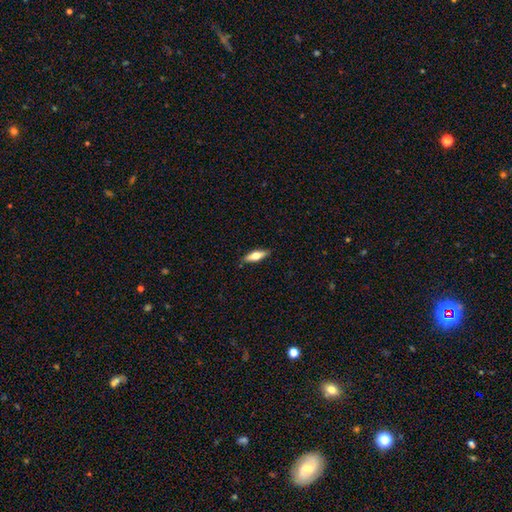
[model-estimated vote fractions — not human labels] This appears to be a smooth galaxy with no disk features (58%) that is in between round and cigar-shaped (51%). Merging: none (87%).